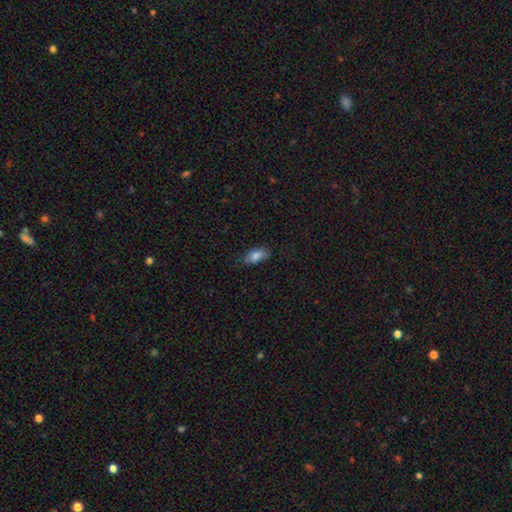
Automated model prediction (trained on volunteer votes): A smooth galaxy with no disk features (84%) that is in between round and cigar-shaped (87%).

Vote fractions:
- Smooth or featured? smooth: 84% / featured or disk: 8% / star or artifact: 8%
- How rounded? in between: 87% / cigar-shaped: 9% / round: 4%
- Merging? none: 75% / minor disturbance: 20% / major disturbance: 4% / merger: 1%